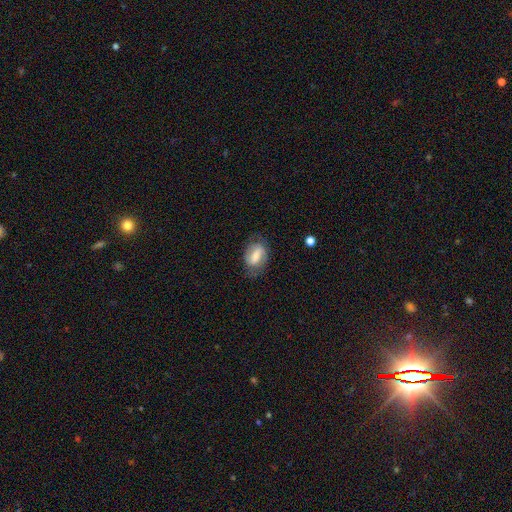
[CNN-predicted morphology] This appears to be a smooth galaxy with no disk features (58%) that is in between round and cigar-shaped (85%). Merging: none (68%).